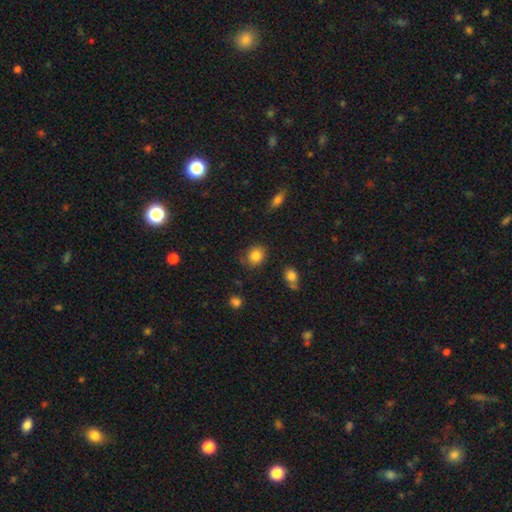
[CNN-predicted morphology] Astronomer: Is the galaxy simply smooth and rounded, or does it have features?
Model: smooth — 84%.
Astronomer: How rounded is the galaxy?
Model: round — 69%.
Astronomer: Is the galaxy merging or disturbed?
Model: none — 77%.